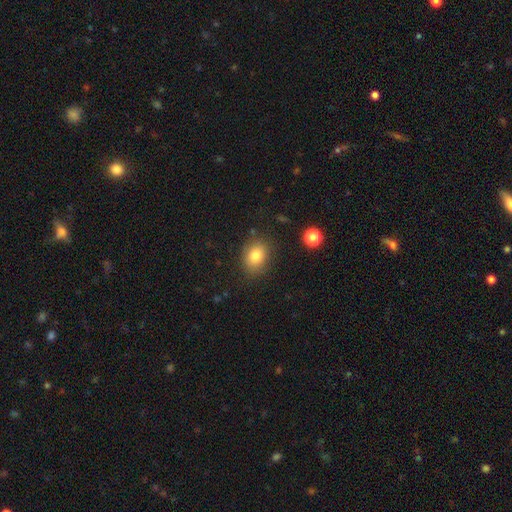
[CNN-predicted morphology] Smooth or featured?
  - smooth: 81% *
  - star or artifact: 10%
  - featured or disk: 9%
How rounded?
  - in between: 50% *
  - round: 49%
  - cigar-shaped: 1%
Merging?
  - none: 81% *
  - minor disturbance: 13%
  - major disturbance: 4%
  - merger: 2%